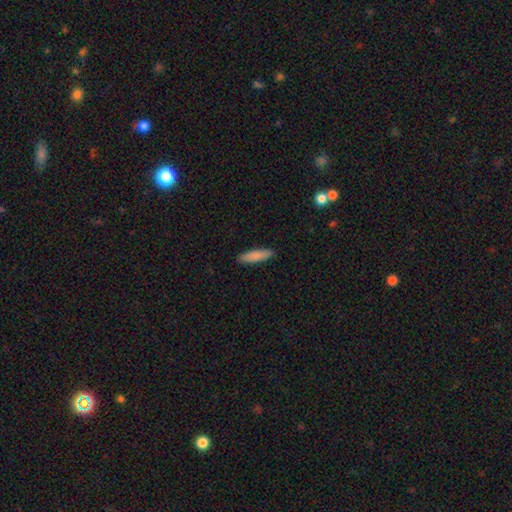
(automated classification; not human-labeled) Overall: smooth (86%). How rounded: cigar-shaped (67%; in between 32%). Merging: none (90%).